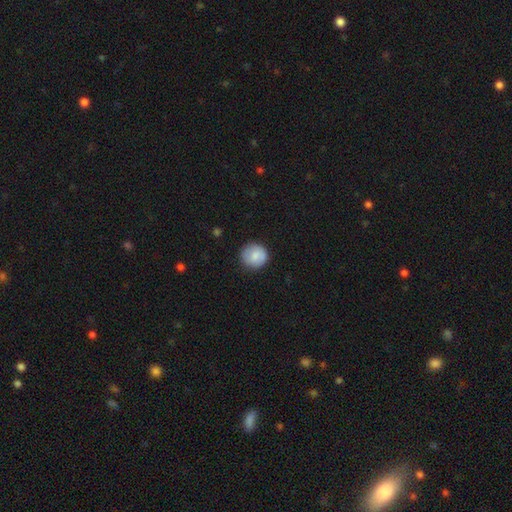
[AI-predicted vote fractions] This is clearly a smooth galaxy (84%). How rounded: clearly round (91%). Merging: clearly none (85%).